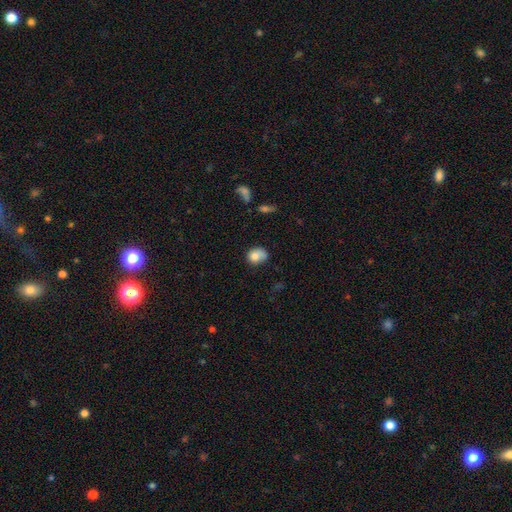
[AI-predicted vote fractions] This appears to be a smooth galaxy with no disk features (78%) that is in between round and cigar-shaped (50%). Merging: none (46%).